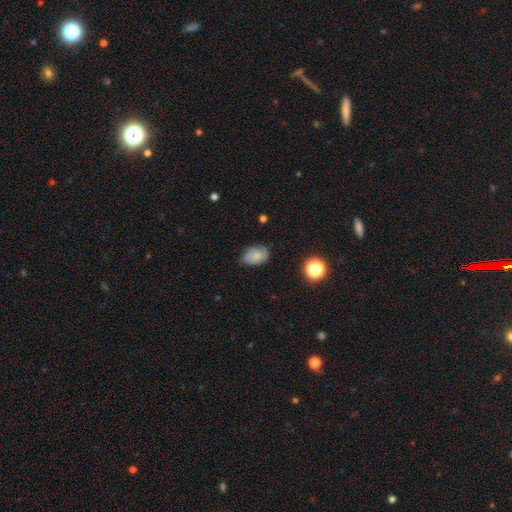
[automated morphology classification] A smooth galaxy with no disk features (75%) that is in between round and cigar-shaped (81%). Merging: none (71%).